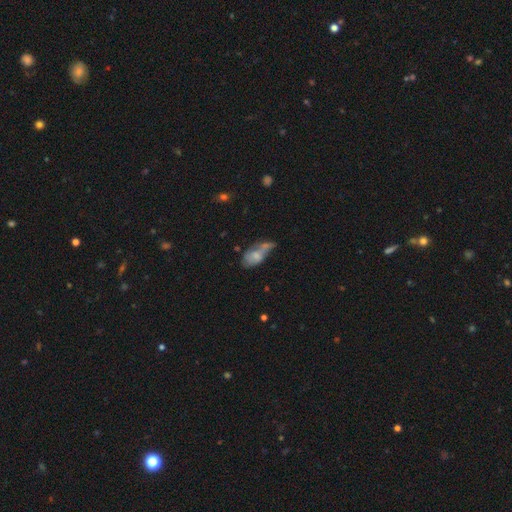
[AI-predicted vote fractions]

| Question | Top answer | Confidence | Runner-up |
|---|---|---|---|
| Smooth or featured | smooth | 60% | featured or disk (30%) |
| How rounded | in between | 87% | cigar-shaped (7%) |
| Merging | merger | 33% | minor disturbance (23%) |